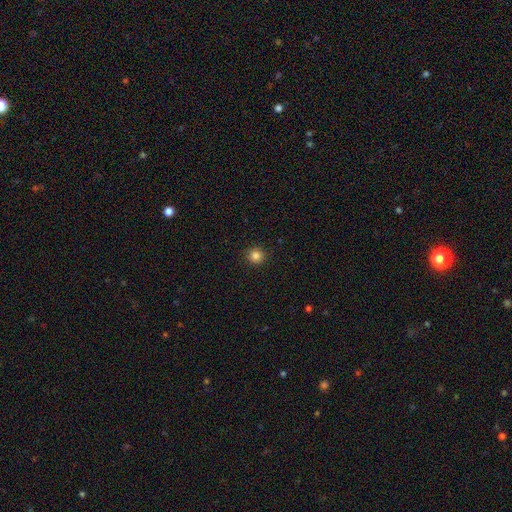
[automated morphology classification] The model was most divided on "smooth or featured": smooth: 84%, star or artifact: 12%, featured or disk: 4%. More confident: how rounded — round (94%); merging — none (92%).